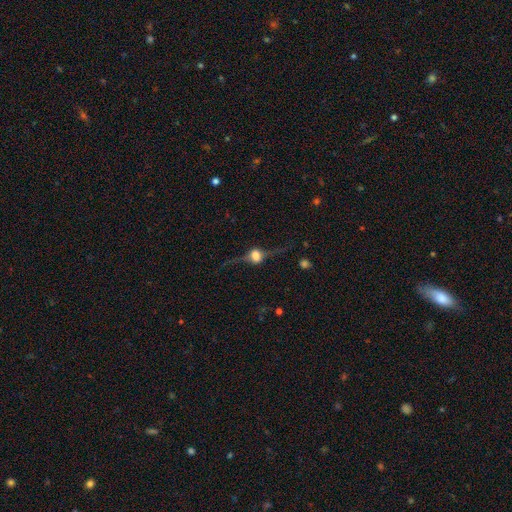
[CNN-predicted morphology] Smooth or featured? featured or disk (81%)
Edge-on disk? yes (89%)
Edge-on bulge? rounded (95%)
Merging? none (80%)